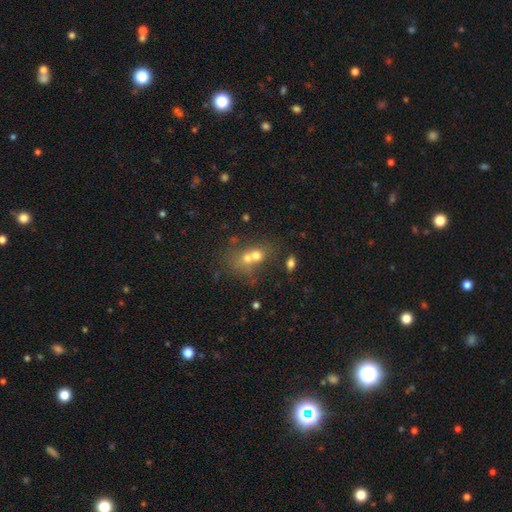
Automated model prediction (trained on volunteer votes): A smooth galaxy with no disk features (55%) that is round (61%).

Vote fractions:
- Smooth or featured? smooth: 55% / featured or disk: 25% / star or artifact: 20%
- How rounded? round: 61% / in between: 37% / cigar-shaped: 2%
- Merging? merger: 59% / none: 29% / minor disturbance: 7% / major disturbance: 5%